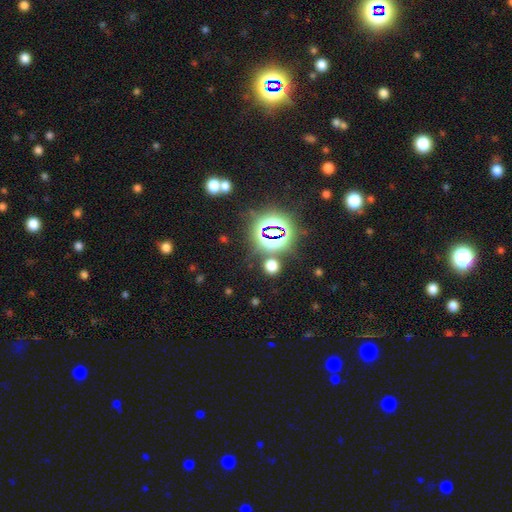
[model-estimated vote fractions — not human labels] Smooth or featured? star or artifact (81%)